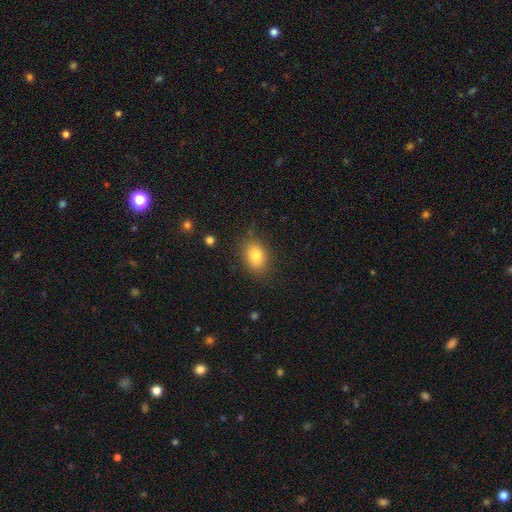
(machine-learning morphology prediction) type=smooth (82%); roundness=in between (71%); merging=none (81%).